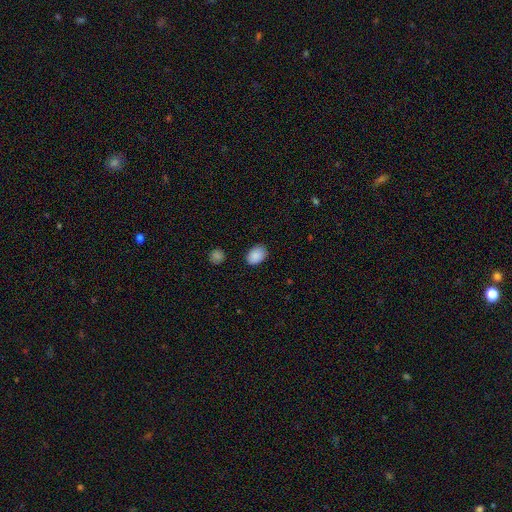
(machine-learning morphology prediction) Q: Smooth or featured?
A: smooth (89%); runner-up: star or artifact (7%)
Q: How rounded?
A: in between (81%); runner-up: round (18%)
Q: Merging?
A: none (86%); runner-up: minor disturbance (10%)